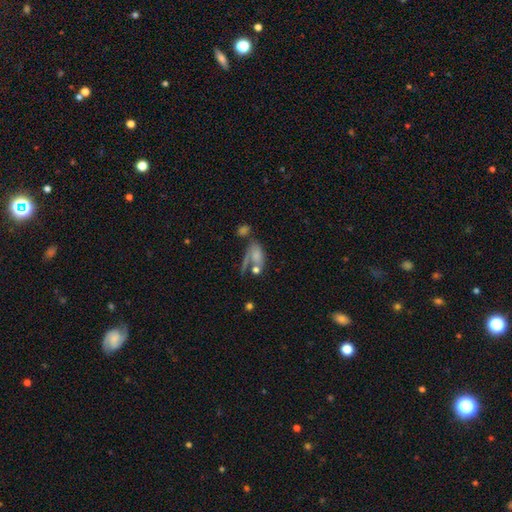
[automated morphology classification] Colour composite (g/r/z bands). It shows a smooth galaxy with no disk features (61%) that is in between round and cigar-shaped (85%). Merging: merger (36%).